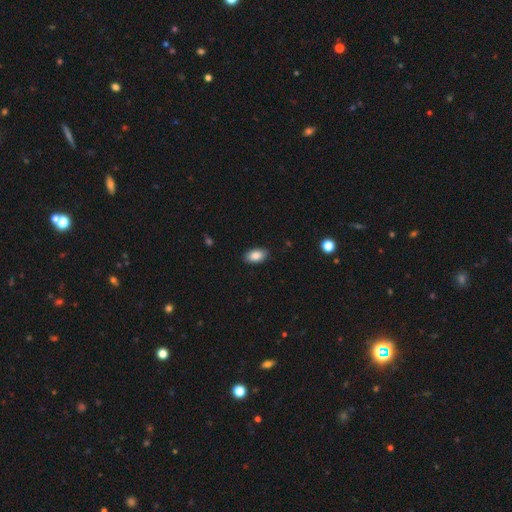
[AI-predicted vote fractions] Smooth or featured? Predicted: smooth (p=0.87). How rounded? Predicted: in between (p=0.93). Merging? Predicted: none (p=0.88).